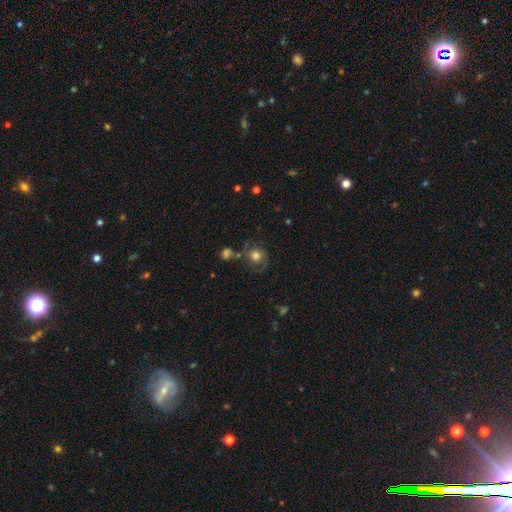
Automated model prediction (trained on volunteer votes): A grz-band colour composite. It shows a smooth galaxy with no disk features (49%). Merging: none (58%).